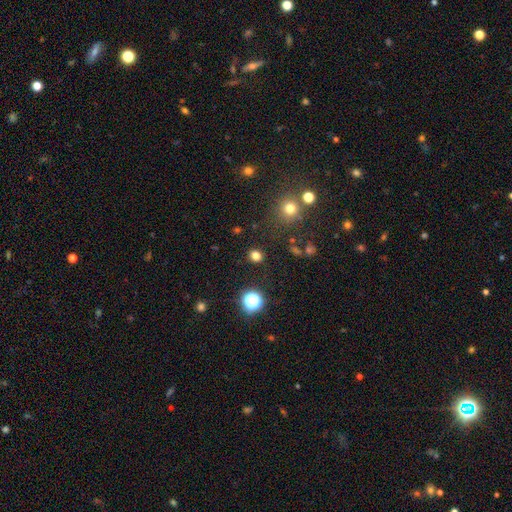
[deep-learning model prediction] Smooth or featured: smooth — 75% (star or artifact — 20%)
How rounded: round — 79% (in between — 20%)
Merging: none — 87% (minor disturbance — 7%)